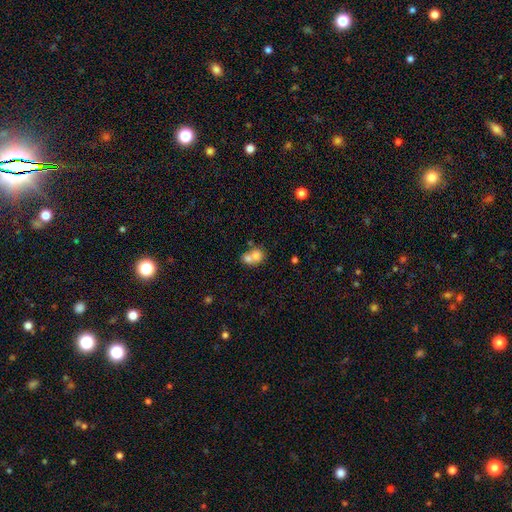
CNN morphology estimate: A smooth galaxy with no disk features (71%) that is round (59%). Merging: merger (67%).